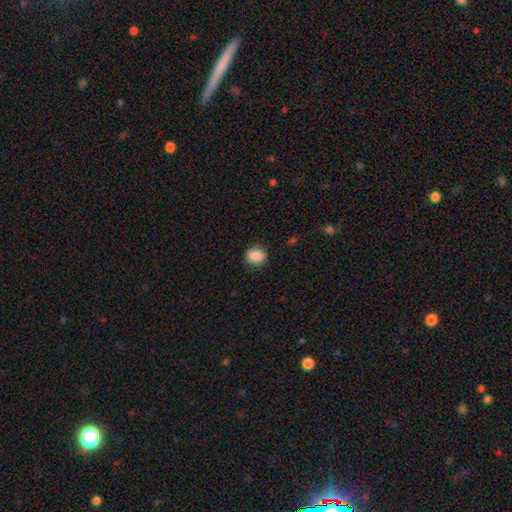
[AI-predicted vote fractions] Smooth or featured? smooth (87%)
How rounded? round (60%)
Merging? none (82%)